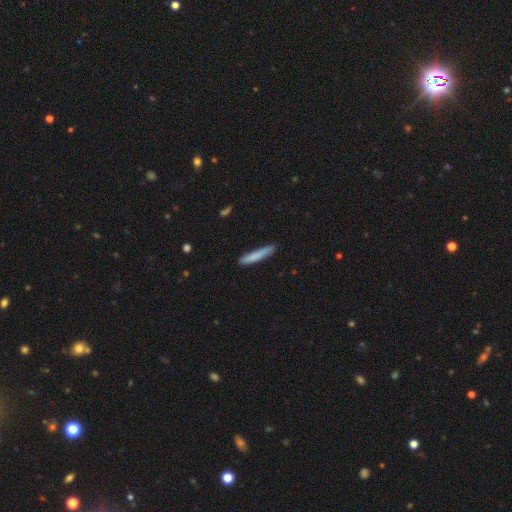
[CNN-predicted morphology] Smooth or featured: smooth — 81% (featured or disk — 13%)
How rounded: cigar-shaped — 94% (in between — 5%)
Merging: none — 86% (minor disturbance — 11%)